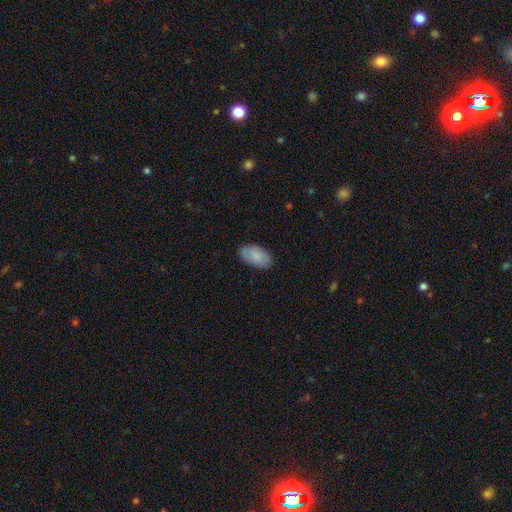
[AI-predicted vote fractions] A smooth galaxy with no disk features (83%) that is in between round and cigar-shaped (94%). Merging: none (84%).